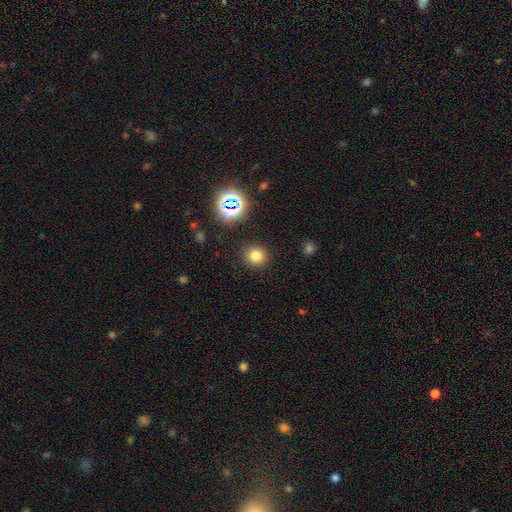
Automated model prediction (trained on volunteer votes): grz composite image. It shows a smooth galaxy with no disk features (76%) that is round (88%). Merging: none (89%).